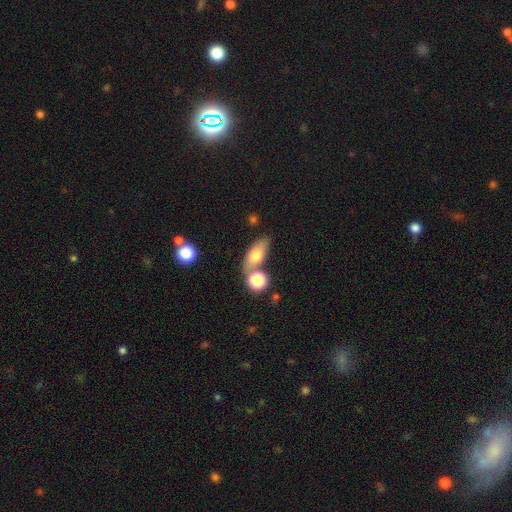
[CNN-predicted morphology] smooth 70%, featured or disk 21%, star or artifact 8%. Down the decision tree: how rounded — in between (78%); merging — none (56%).